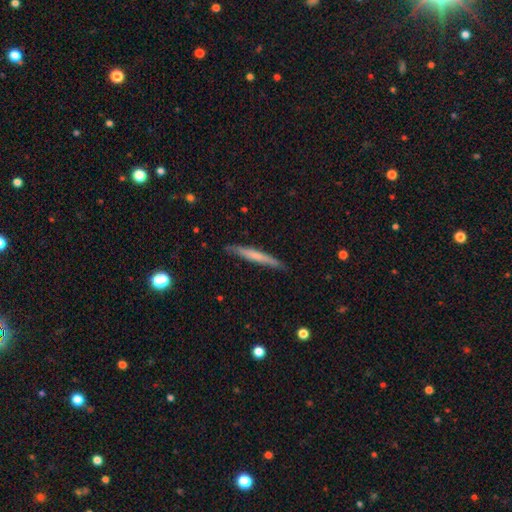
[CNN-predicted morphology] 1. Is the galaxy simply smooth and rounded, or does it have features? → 56% smooth, 38% featured or disk, 6% star or artifact.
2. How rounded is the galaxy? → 96% cigar-shaped, 3% in between, 1% round.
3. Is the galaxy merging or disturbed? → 86% none, 11% minor disturbance, 2% major disturbance, 1% merger.